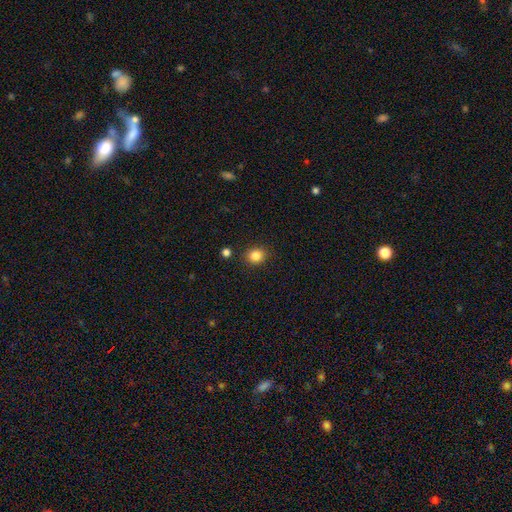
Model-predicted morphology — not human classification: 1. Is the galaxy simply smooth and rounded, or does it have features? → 84% smooth, 11% star or artifact, 4% featured or disk.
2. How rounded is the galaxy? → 81% round, 18% in between, 1% cigar-shaped.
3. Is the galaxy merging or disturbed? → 88% none, 7% minor disturbance, 3% merger, 2% major disturbance.